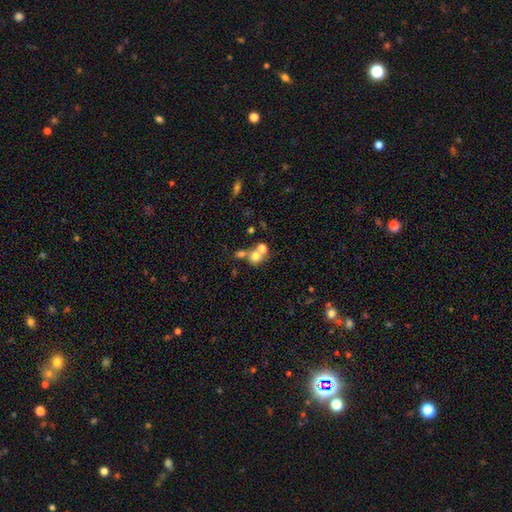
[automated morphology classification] Smooth or featured?
  - smooth: 68% *
  - featured or disk: 17%
  - star or artifact: 15%
How rounded?
  - round: 79% *
  - in between: 20%
  - cigar-shaped: 1%
Merging?
  - merger: 50% *
  - none: 39%
  - minor disturbance: 7%
  - major disturbance: 5%